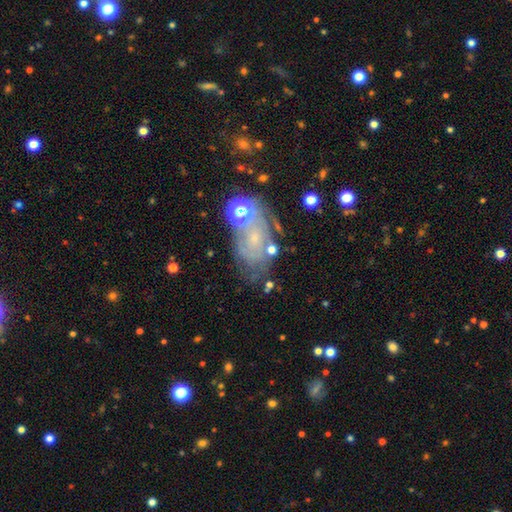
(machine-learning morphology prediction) Smooth or featured?
  - featured or disk: 70% *
  - smooth: 16%
  - star or artifact: 15%
Edge-on disk?
  - no: 96% *
  - yes: 4%
Bar?
  - no: 74% *
  - weak: 21%
  - strong: 5%
Spiral arms?
  - yes: 85% *
  - no: 15%
Spiral winding?
  - tight: 60% *
  - medium: 30%
  - loose: 10%
Spiral arm count?
  - can't tell: 47% *
  - 2: 24%
  - 3: 12%
  - 4: 6%
  - 1: 6%
  - more than 4: 5%
Bulge size?
  - small: 73% *
  - moderate: 15%
  - none: 9%
  - large: 2%
  - dominant: 1%
Merging?
  - none: 56% *
  - minor disturbance: 21%
  - major disturbance: 15%
  - merger: 8%